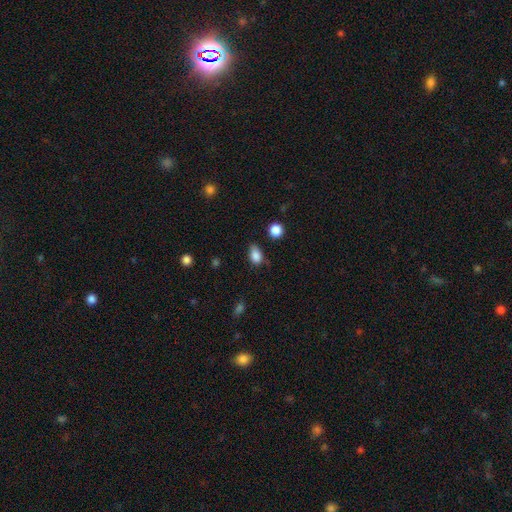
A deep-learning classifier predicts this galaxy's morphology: This is clearly a smooth galaxy (85%). How rounded: clearly in between (81%). Merging: likely none (61%).